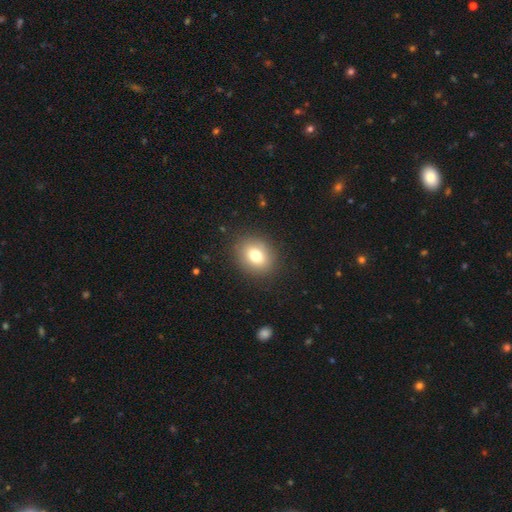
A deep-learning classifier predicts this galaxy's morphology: type=smooth (76%); roundness=round (51%); merging=none (87%).